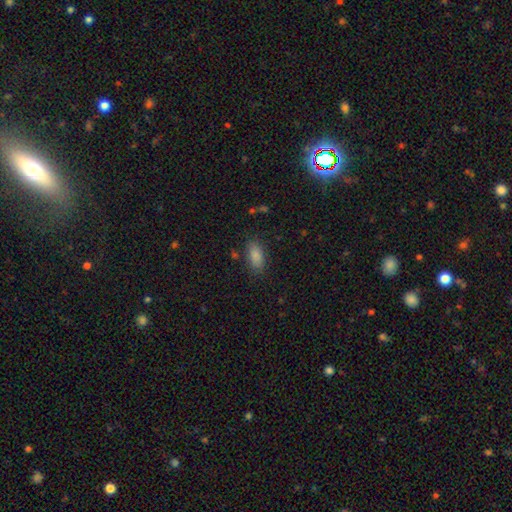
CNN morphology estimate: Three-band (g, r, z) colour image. It shows a smooth galaxy with no disk features (87%) that is in between round and cigar-shaped (89%). Merging: none (82%).